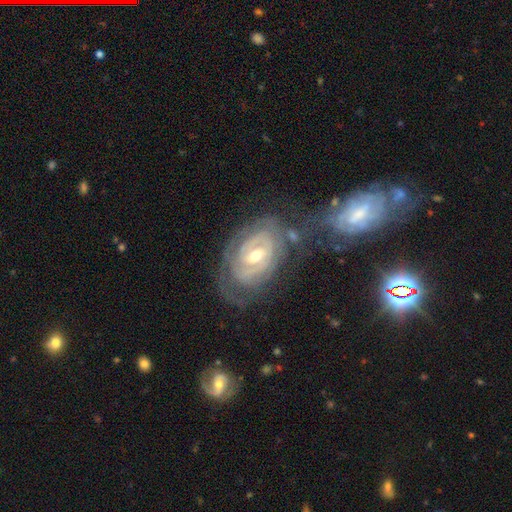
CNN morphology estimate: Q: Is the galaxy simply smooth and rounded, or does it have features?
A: featured or disk — 85%.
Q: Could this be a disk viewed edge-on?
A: no — 96%.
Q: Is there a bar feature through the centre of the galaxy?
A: weak — 44%.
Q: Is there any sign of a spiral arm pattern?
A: yes — 87%.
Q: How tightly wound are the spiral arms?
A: tight — 76%.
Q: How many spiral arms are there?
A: can't tell — 43%.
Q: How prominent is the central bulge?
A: moderate — 67%.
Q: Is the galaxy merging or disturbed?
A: none — 53%.